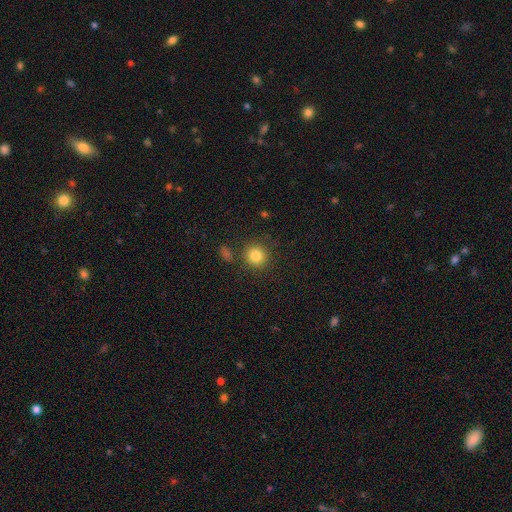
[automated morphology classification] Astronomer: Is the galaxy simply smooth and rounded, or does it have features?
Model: smooth — 83%.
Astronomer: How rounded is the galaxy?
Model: round — 91%.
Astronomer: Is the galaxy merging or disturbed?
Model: none — 84%.